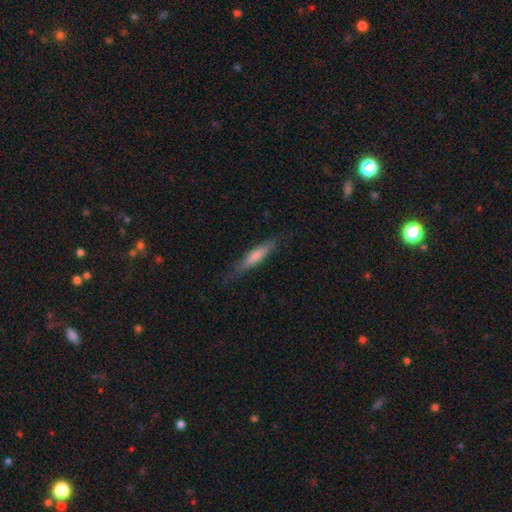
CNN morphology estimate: A smooth galaxy with no disk features (56%) that is cigar-shaped (88%).

Vote fractions:
- Smooth or featured? smooth: 56% / featured or disk: 38% / star or artifact: 6%
- How rounded? cigar-shaped: 88% / in between: 11% / round: 2%
- Merging? none: 79% / minor disturbance: 16% / major disturbance: 3% / merger: 1%